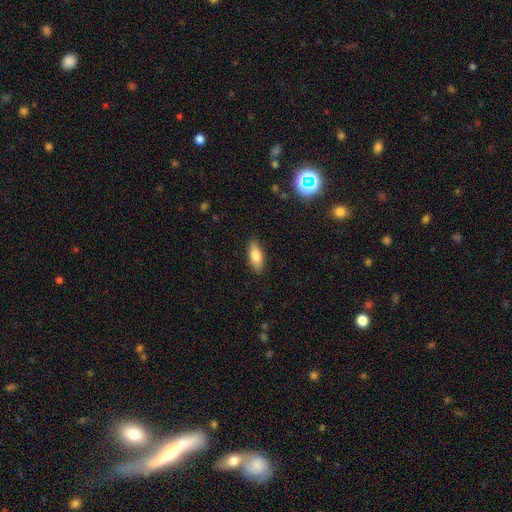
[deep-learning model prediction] smooth_or_featured: smooth (p=0.79) [alt: featured or disk p=0.14]
how_rounded: in between (p=0.74) [alt: cigar-shaped p=0.23]
merging: none (p=0.88) [alt: minor disturbance p=0.09]